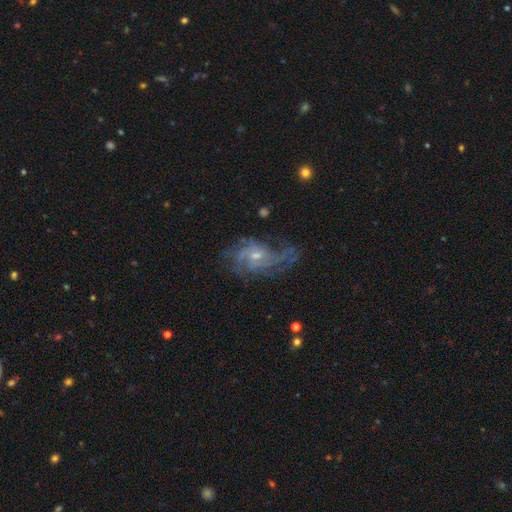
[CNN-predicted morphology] smooth_or_featured: featured or disk (p=0.83) [alt: smooth p=0.09]
disk_edge_on: no (p=0.96) [alt: yes p=0.04]
bar: no (p=0.51) [alt: weak p=0.41]
has_spiral_arms: yes (p=0.92) [alt: no p=0.08]
spiral_winding: medium (p=0.43) [alt: tight p=0.29]
spiral_arm_count: can't tell (p=0.31) [alt: 2 p=0.21]
bulge_size: small (p=0.56) [alt: moderate p=0.38]
merging: none (p=0.52) [alt: major disturbance p=0.24]